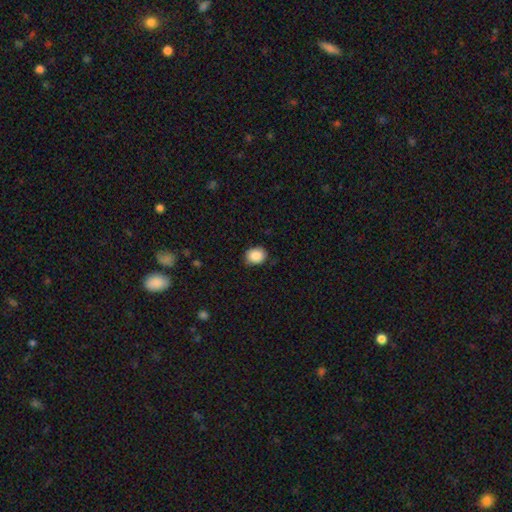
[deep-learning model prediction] A smooth galaxy with no disk features (88%) that is round (64%).

Vote fractions:
- Smooth or featured? smooth: 88% / star or artifact: 8% / featured or disk: 4%
- How rounded? round: 64% / in between: 35% / cigar-shaped: 1%
- Merging? none: 85% / minor disturbance: 12% / major disturbance: 2% / merger: 1%